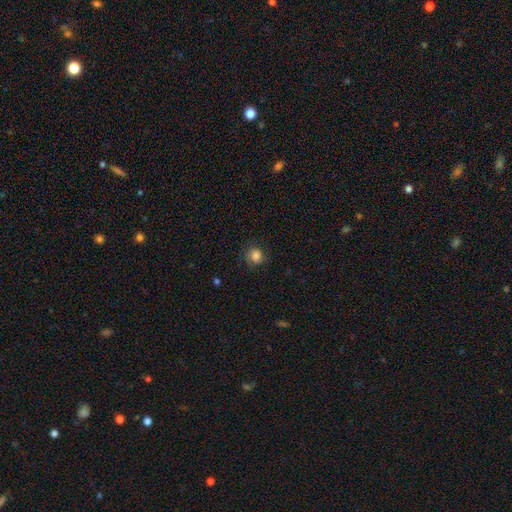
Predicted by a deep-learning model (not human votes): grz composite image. It shows a smooth galaxy with no disk features (80%) that is round (81%). Merging: none (74%).